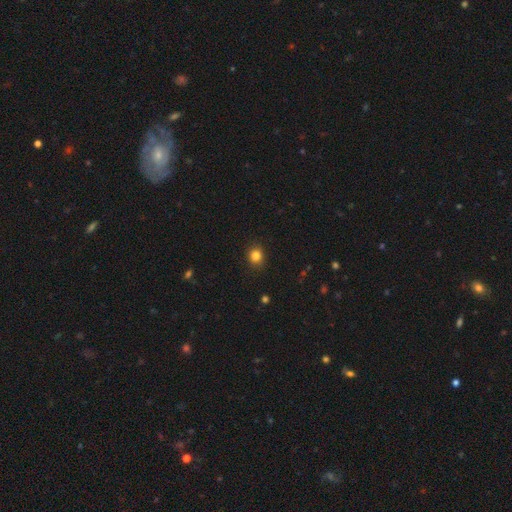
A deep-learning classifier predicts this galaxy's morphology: Q: Smooth or featured?
A: smooth (84%); runner-up: star or artifact (12%)
Q: How rounded?
A: round (77%); runner-up: in between (22%)
Q: Merging?
A: none (88%); runner-up: minor disturbance (9%)